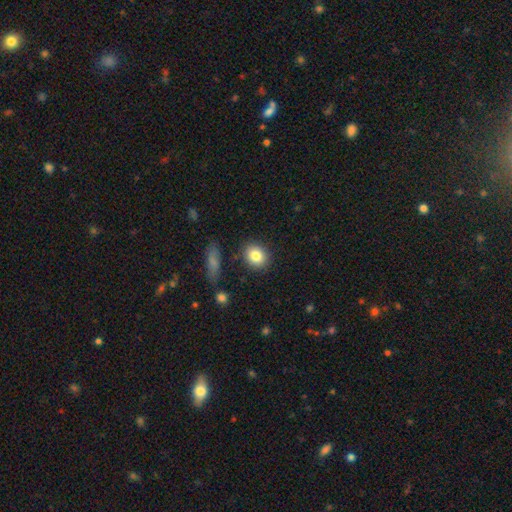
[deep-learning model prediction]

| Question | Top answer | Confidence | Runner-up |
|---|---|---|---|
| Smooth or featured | smooth | 83% | star or artifact (9%) |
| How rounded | round | 65% | in between (34%) |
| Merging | none | 87% | minor disturbance (8%) |